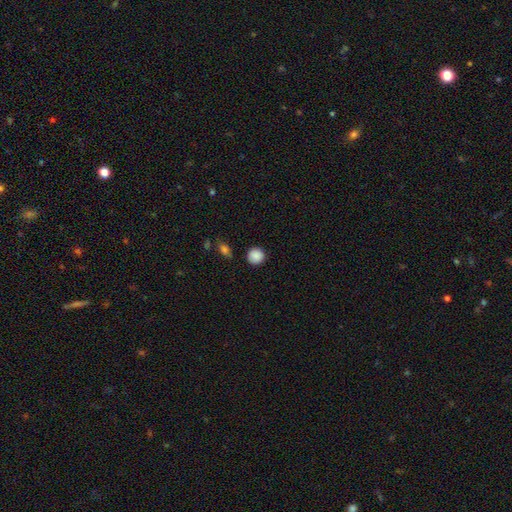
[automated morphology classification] Smooth or featured? Predicted: smooth (p=0.88). How rounded? Predicted: round (p=0.93). Merging? Predicted: none (p=0.88).